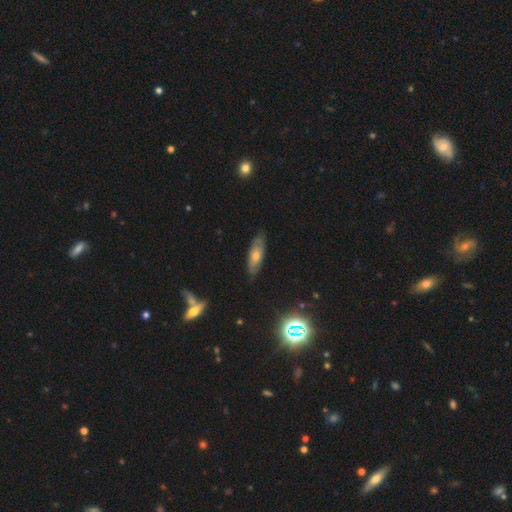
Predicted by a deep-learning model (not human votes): This appears to be a featured or disk galaxy (46%). Merging: none (76%).